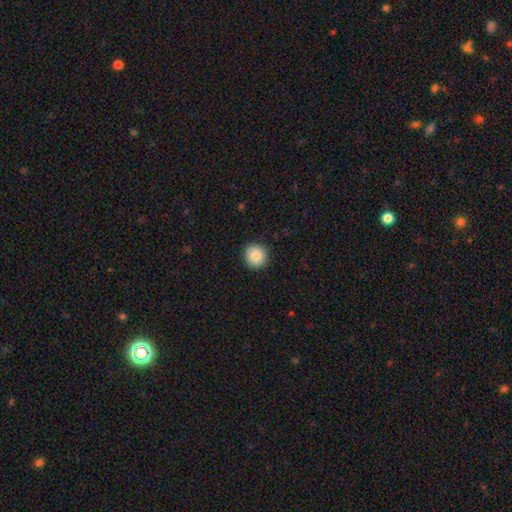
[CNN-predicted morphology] A smooth galaxy with no disk features (86%) that is round (92%).

Vote fractions:
- Smooth or featured? smooth: 86% / star or artifact: 8% / featured or disk: 6%
- How rounded? round: 92% / in between: 7% / cigar-shaped: 1%
- Merging? none: 91% / minor disturbance: 6% / major disturbance: 2% / merger: 1%